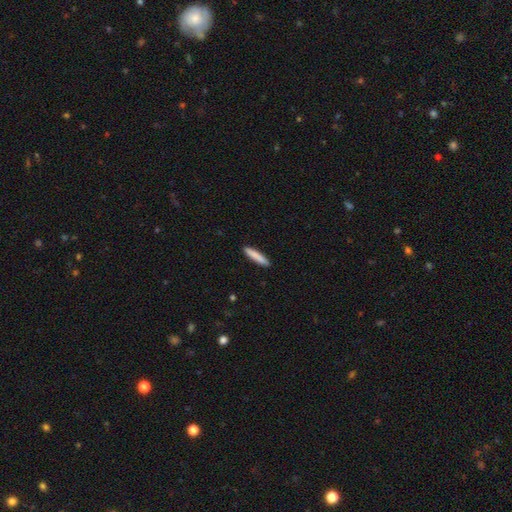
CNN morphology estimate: This is clearly a smooth galaxy (85%). How rounded: clearly cigar-shaped (91%). Merging: clearly none (92%).